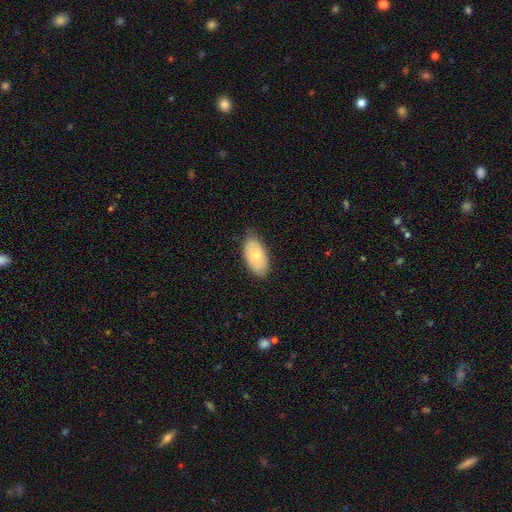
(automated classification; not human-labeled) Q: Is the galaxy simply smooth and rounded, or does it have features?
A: smooth — 75%.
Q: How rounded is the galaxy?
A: in between — 95%.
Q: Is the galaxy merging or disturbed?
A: none — 80%.